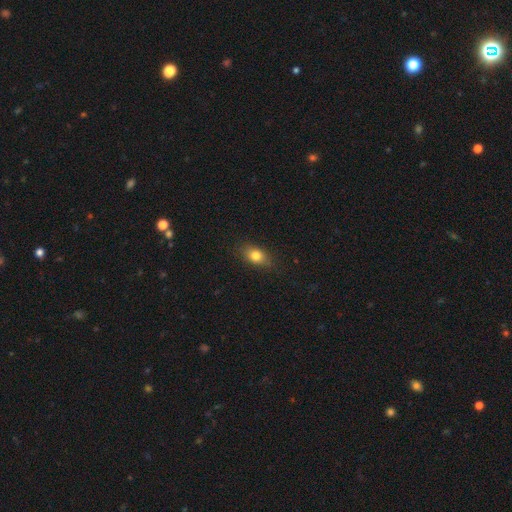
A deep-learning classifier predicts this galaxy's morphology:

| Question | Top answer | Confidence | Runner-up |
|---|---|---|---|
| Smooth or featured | smooth | 80% | featured or disk (11%) |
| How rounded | in between | 78% | round (17%) |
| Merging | none | 83% | minor disturbance (13%) |